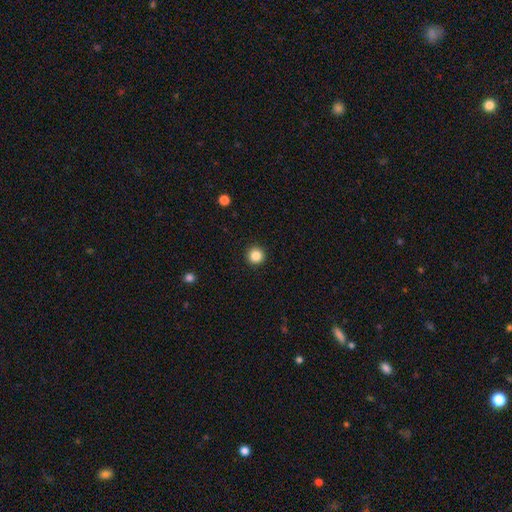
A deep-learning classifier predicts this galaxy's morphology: Smooth or featured?
  - smooth: 86% *
  - star or artifact: 10%
  - featured or disk: 3%
How rounded?
  - round: 96% *
  - in between: 3%
  - cigar-shaped: 1%
Merging?
  - none: 93% *
  - minor disturbance: 4%
  - major disturbance: 2%
  - merger: 1%